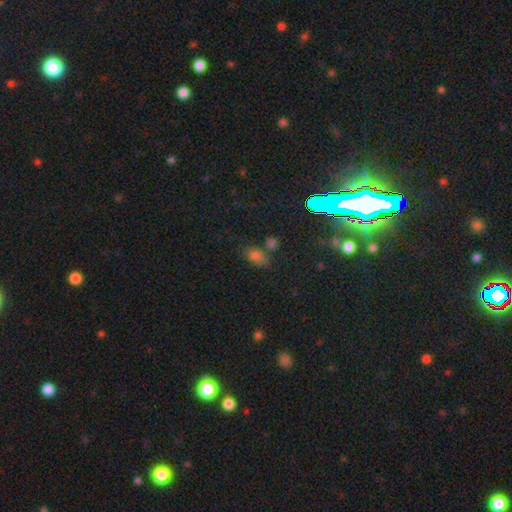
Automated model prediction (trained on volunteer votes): smooth 63%, star or artifact 27%, featured or disk 10%. Down the decision tree: how rounded — in between (75%); merging — none (64%).